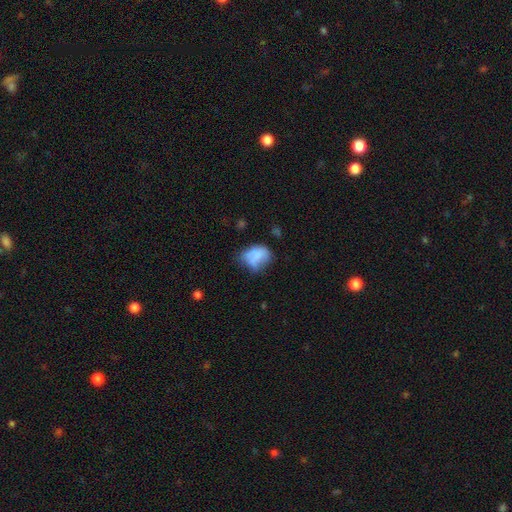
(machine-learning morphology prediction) Smooth or featured? smooth (68%)
How rounded? in between (66%)
Merging? none (37%)